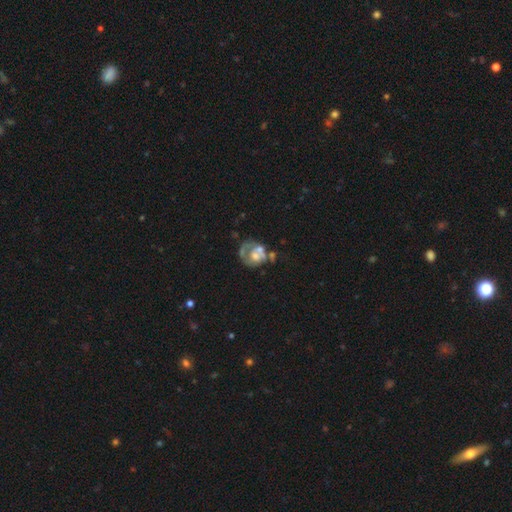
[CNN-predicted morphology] A featured or disk galaxy (67%) with no bar (83%), no spiral arms (51%) and a moderate central bulge (40%). Merging: none (33%).